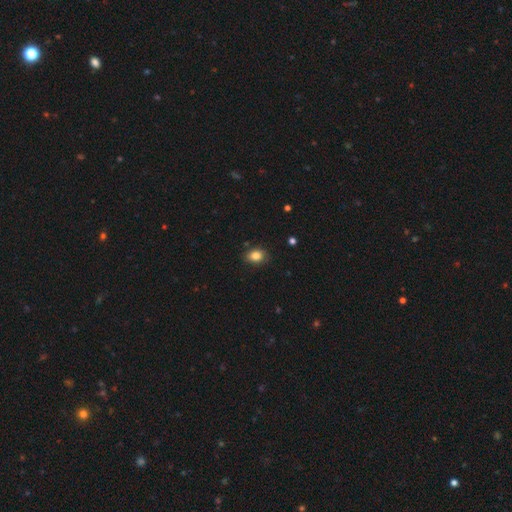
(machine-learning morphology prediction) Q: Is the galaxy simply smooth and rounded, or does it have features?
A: smooth — 85%.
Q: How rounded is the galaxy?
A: in between — 71%.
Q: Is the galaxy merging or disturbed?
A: none — 82%.